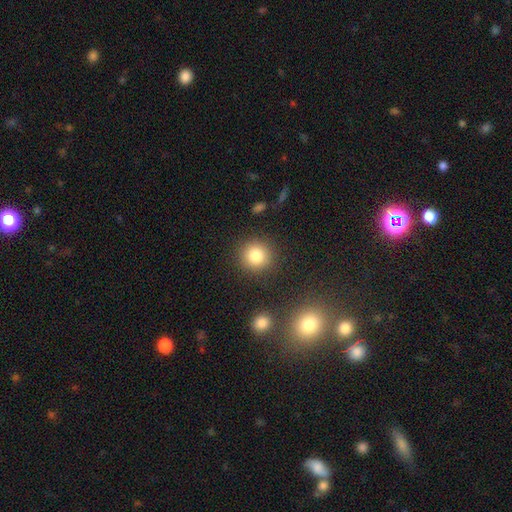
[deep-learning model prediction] A smooth galaxy with no disk features (82%) that is round (90%). Merging: none (87%).